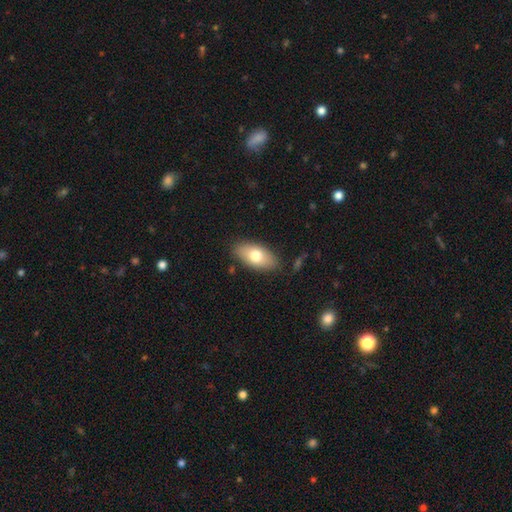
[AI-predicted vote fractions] smooth-or-featured: smooth: 73% | featured or disk: 20% | star or artifact: 7%
  how-rounded: in between: 91% | cigar-shaped: 5% | round: 4%
  merging: none: 83% | minor disturbance: 12% | major disturbance: 3% | merger: 2%